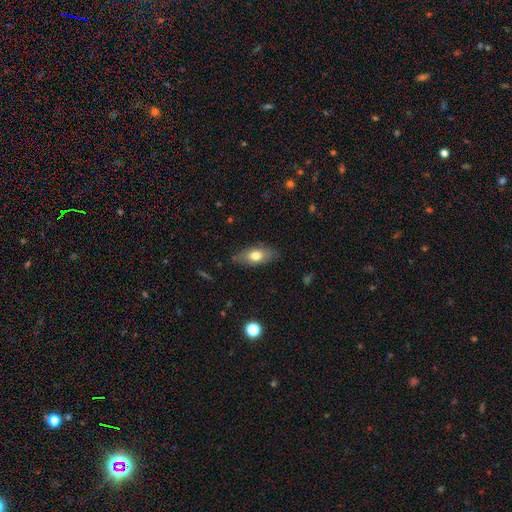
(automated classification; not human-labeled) smooth-or-featured: smooth: 71% | featured or disk: 22% | star or artifact: 7%
  how-rounded: in between: 85% | cigar-shaped: 10% | round: 6%
  merging: none: 82% | minor disturbance: 14% | major disturbance: 3% | merger: 1%